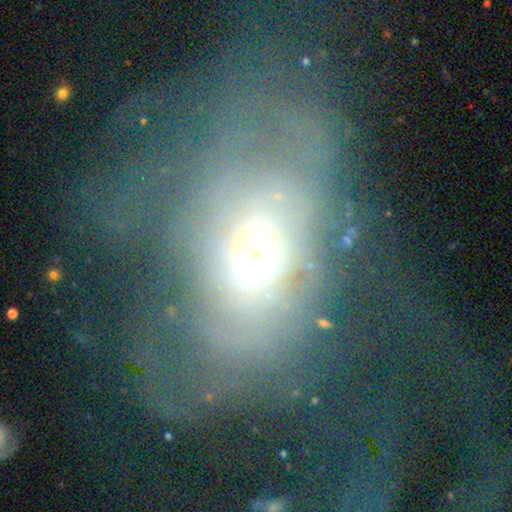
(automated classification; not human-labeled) smooth-or-featured: smooth: 43% | featured or disk: 40% | star or artifact: 17%
  merging: major disturbance: 37% | none: 33% | minor disturbance: 20% | merger: 10%